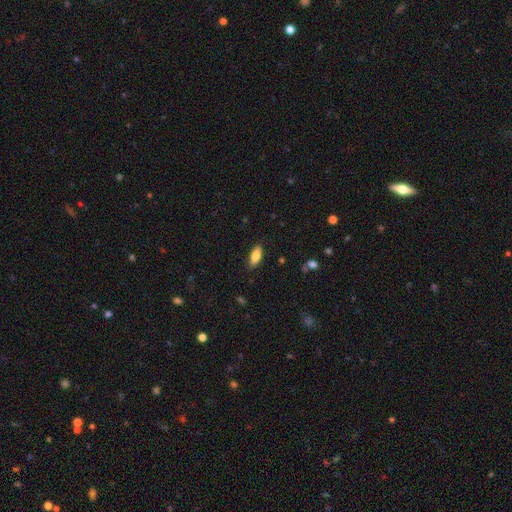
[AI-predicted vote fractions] Smooth or featured? smooth (79%)
How rounded? in between (78%)
Merging? none (87%)